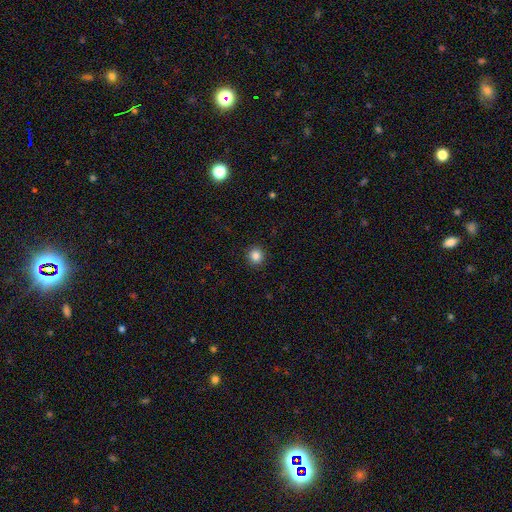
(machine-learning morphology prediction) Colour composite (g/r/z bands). It shows a smooth galaxy with no disk features (85%) that is round (92%). Merging: none (92%).